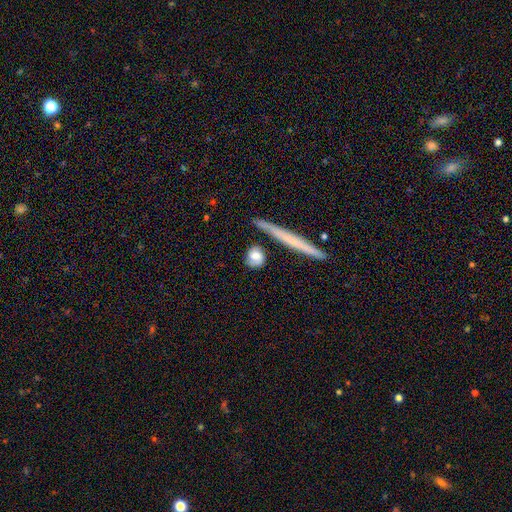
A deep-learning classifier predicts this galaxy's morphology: Smooth or featured: smooth — 60% (featured or disk — 33%)
How rounded: round — 58% (in between — 24%)
Merging: none — 69% (minor disturbance — 18%)